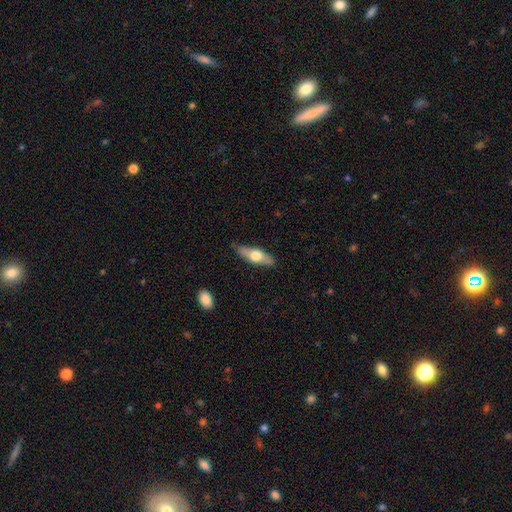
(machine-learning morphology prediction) smooth-or-featured: smooth: 53% | featured or disk: 42% | star or artifact: 5%
  how-rounded: in between: 58% | cigar-shaped: 39% | round: 3%
  merging: none: 81% | minor disturbance: 14% | major disturbance: 3% | merger: 1%